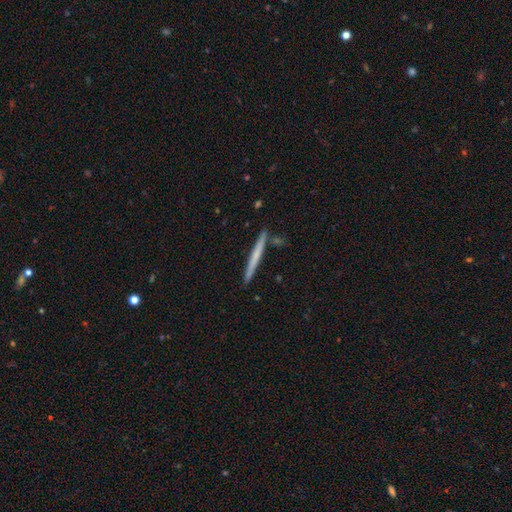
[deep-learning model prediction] A smooth galaxy with no disk features (47%, tied with featured or disk).

Vote fractions:
- Smooth or featured? smooth: 47% (tied) / featured or disk: 47% (tied) / star or artifact: 6%
- Merging? none: 88% / minor disturbance: 7% / merger: 3% / major disturbance: 2%